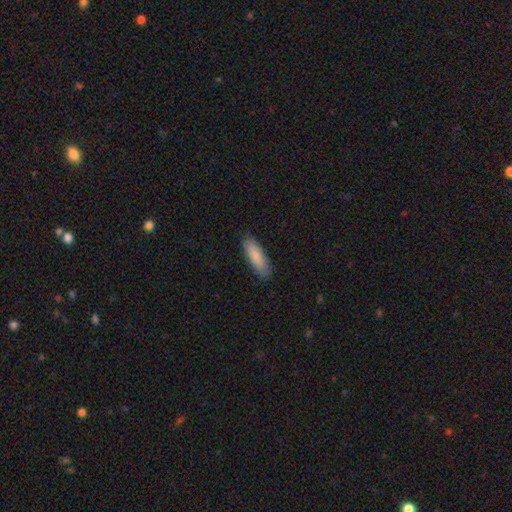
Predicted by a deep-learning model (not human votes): Smooth or featured?
  - smooth: 87% *
  - featured or disk: 8%
  - star or artifact: 5%
How rounded?
  - cigar-shaped: 51% *
  - in between: 48%
  - round: 1%
Merging?
  - none: 86% *
  - minor disturbance: 11%
  - major disturbance: 2%
  - merger: 1%